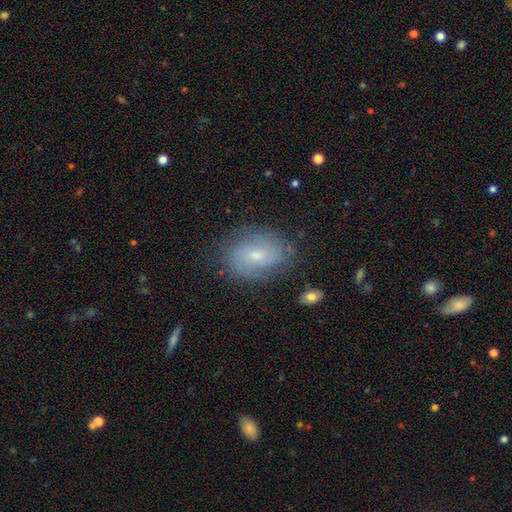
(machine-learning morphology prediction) The model was most divided on "smooth or featured": smooth: 46%, featured or disk: 43%, star or artifact: 10%. More confident: merging — none (75%).